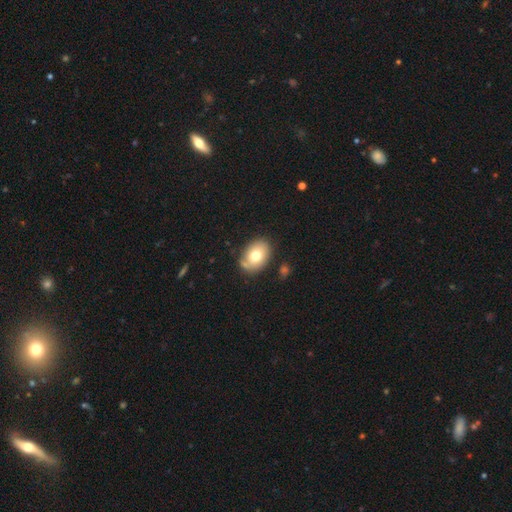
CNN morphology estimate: A smooth galaxy with no disk features (72%) that is in between round and cigar-shaped (73%).

Vote fractions:
- Smooth or featured? smooth: 72% / featured or disk: 20% / star or artifact: 8%
- How rounded? in between: 73% / round: 26% / cigar-shaped: 1%
- Merging? none: 73% / minor disturbance: 18% / merger: 5% / major disturbance: 5%